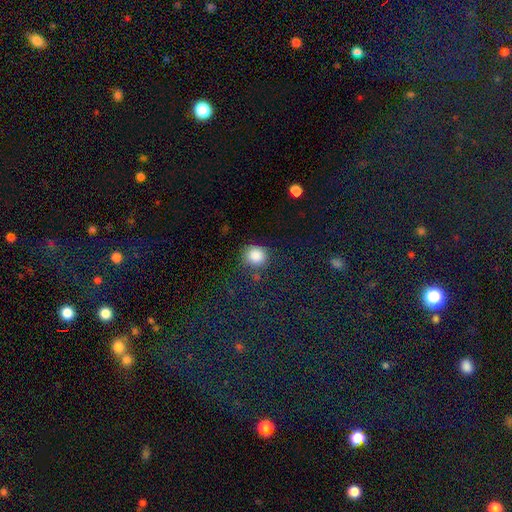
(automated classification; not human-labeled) Overall: smooth (86%). How rounded: round (86%). Merging: none (76%).